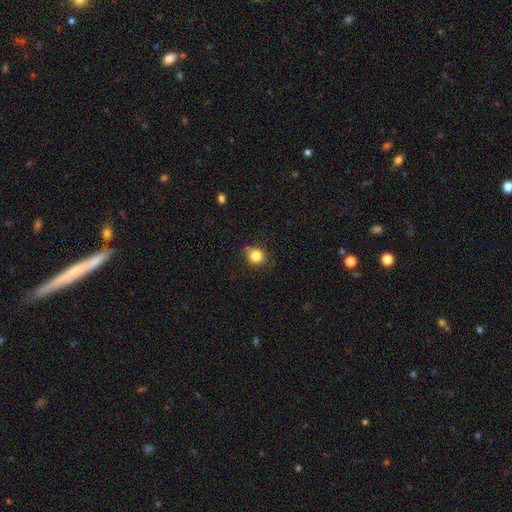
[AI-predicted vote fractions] Q: Smooth or featured?
A: smooth (84%); runner-up: star or artifact (11%)
Q: How rounded?
A: round (77%); runner-up: in between (22%)
Q: Merging?
A: none (77%); runner-up: minor disturbance (18%)